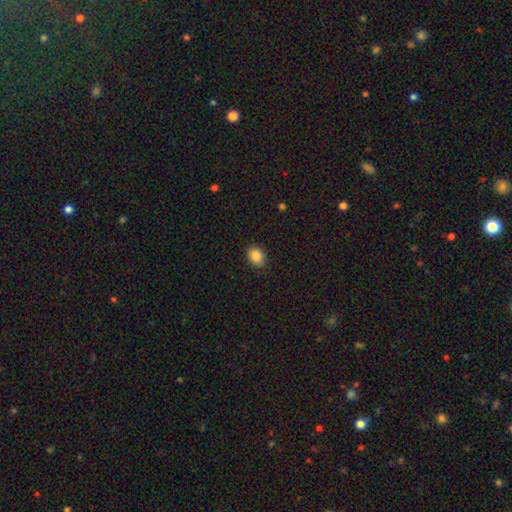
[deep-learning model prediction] smooth 88%, star or artifact 9%, featured or disk 4%. Down the decision tree: how rounded — in between (65%); merging — none (86%).